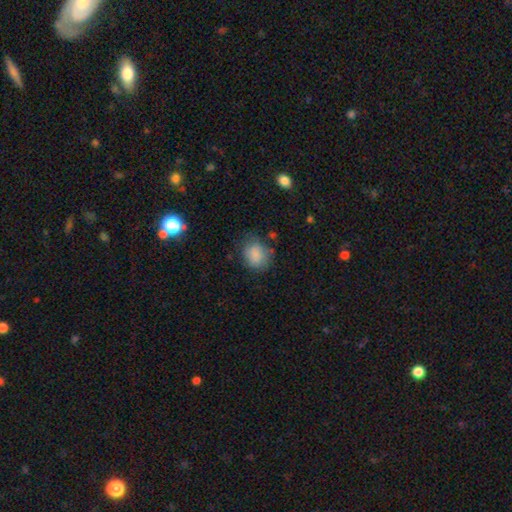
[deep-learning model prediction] smooth 83%, star or artifact 9%, featured or disk 8%. Down the decision tree: how rounded — round (54%); merging — none (65%).